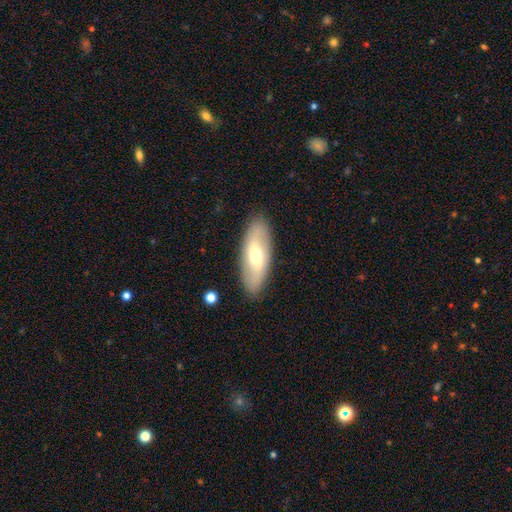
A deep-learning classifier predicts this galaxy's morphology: Smooth or featured?
  - featured or disk: 51% *
  - smooth: 43%
  - star or artifact: 6%
Edge-on disk?
  - no: 80% *
  - yes: 20%
Merging?
  - none: 88% *
  - minor disturbance: 9%
  - major disturbance: 2%
  - merger: 1%